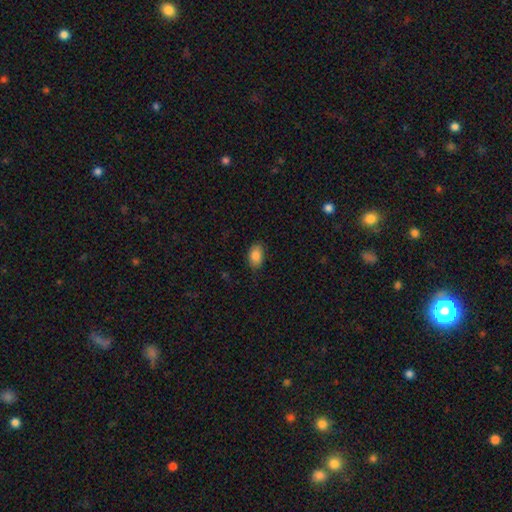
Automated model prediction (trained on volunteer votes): smooth_or_featured: smooth (p=0.86) [alt: star or artifact p=0.08]
how_rounded: in between (p=0.88) [alt: round p=0.11]
merging: none (p=0.85) [alt: minor disturbance p=0.11]